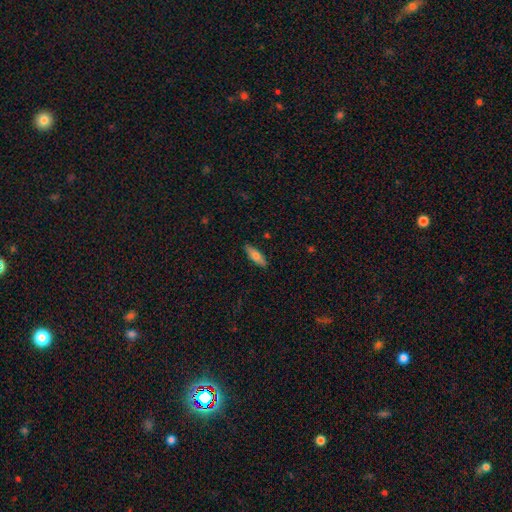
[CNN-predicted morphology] Smooth or featured?
  - smooth: 72% *
  - featured or disk: 22%
  - star or artifact: 6%
How rounded?
  - in between: 53% *
  - cigar-shaped: 45%
  - round: 2%
Merging?
  - none: 88% *
  - minor disturbance: 9%
  - major disturbance: 2%
  - merger: 1%